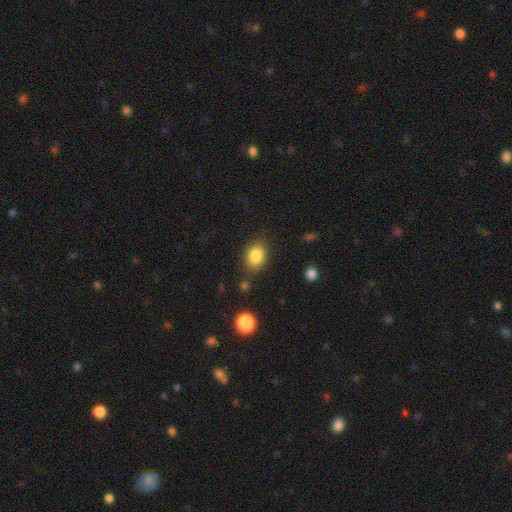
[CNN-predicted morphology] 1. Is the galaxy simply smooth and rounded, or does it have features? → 85% smooth, 9% star or artifact, 6% featured or disk.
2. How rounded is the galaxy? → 64% in between, 35% round, 1% cigar-shaped.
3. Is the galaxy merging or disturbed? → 81% none, 12% minor disturbance, 4% major disturbance, 3% merger.